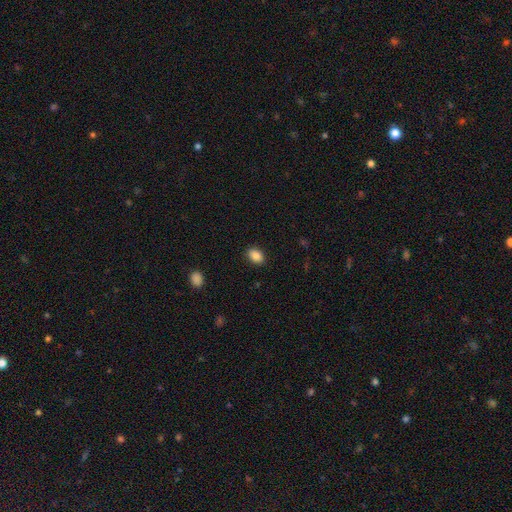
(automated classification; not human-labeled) This is clearly a smooth galaxy (87%). How rounded: likely in between (80%). Merging: clearly none (88%).